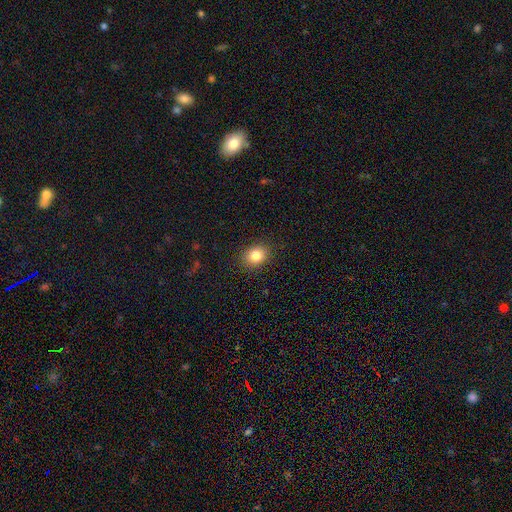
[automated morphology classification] smooth-or-featured: smooth: 83% | star or artifact: 10% | featured or disk: 7%
  how-rounded: round: 55% | in between: 44% | cigar-shaped: 1%
  merging: none: 89% | minor disturbance: 8% | major disturbance: 2% | merger: 1%